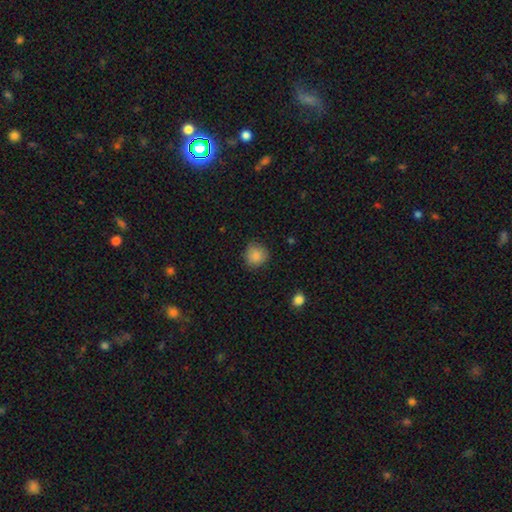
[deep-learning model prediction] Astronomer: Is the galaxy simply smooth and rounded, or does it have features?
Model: smooth — 86%.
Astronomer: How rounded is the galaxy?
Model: round — 89%.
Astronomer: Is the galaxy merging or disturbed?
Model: none — 82%.